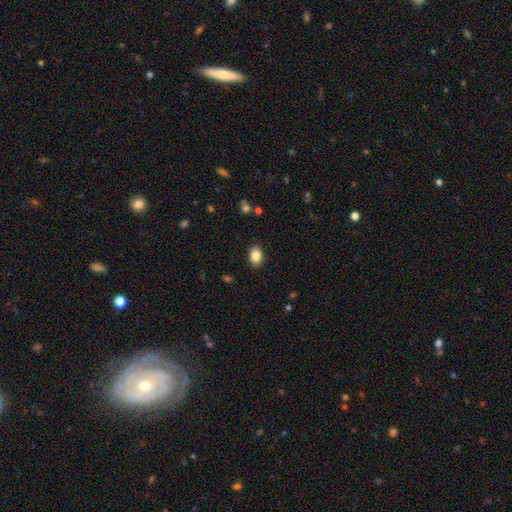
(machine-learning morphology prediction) A smooth galaxy with no disk features (85%) that is in between round and cigar-shaped (80%). Merging: none (88%).